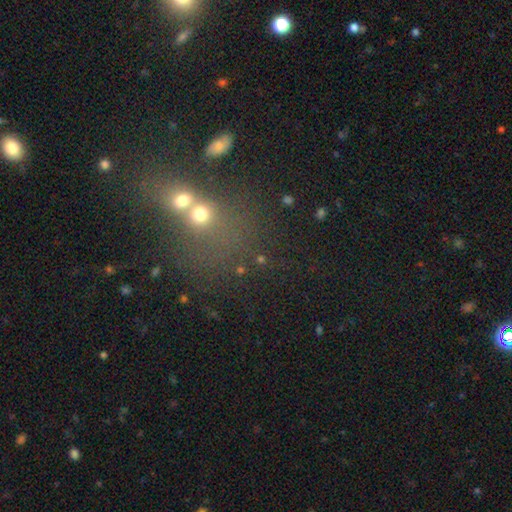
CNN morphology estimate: Smooth or featured? Predicted: smooth (p=0.41, tied with star or artifact). Merging? Predicted: merger (p=0.56).